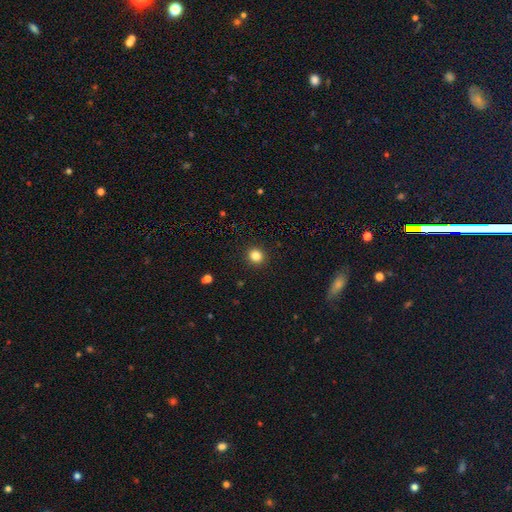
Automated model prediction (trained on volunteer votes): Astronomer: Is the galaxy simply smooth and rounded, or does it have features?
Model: smooth — 83%.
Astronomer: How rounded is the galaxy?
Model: round — 91%.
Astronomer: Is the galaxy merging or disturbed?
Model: none — 92%.